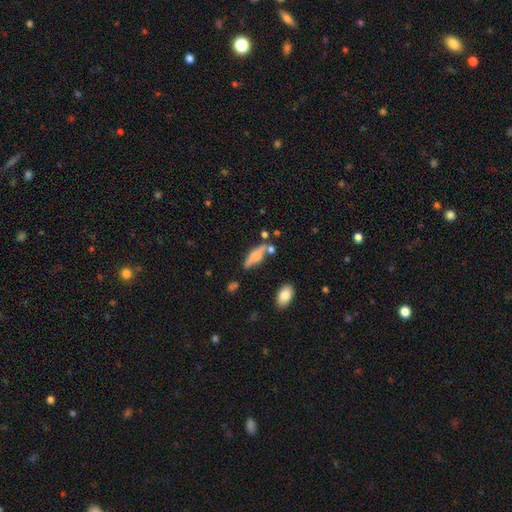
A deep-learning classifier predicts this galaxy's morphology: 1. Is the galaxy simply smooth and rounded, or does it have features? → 48% featured or disk, 44% smooth, 8% star or artifact.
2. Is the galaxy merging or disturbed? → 65% none, 17% minor disturbance, 12% merger, 6% major disturbance.